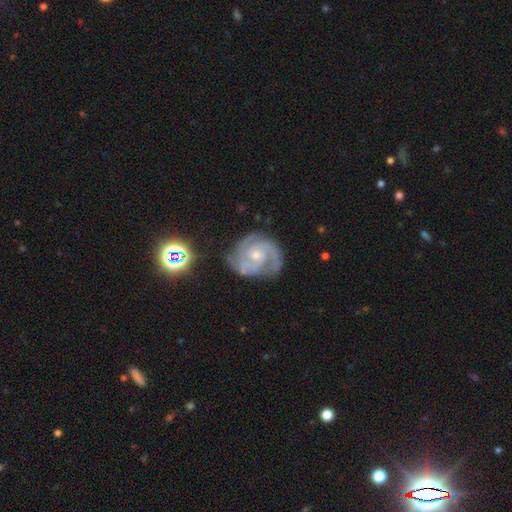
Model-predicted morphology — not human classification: Smooth or featured?
  - featured or disk: 91% *
  - star or artifact: 5%
  - smooth: 4%
Edge-on disk?
  - no: 98% *
  - yes: 2%
Bar?
  - no: 66% *
  - weak: 28%
  - strong: 6%
Spiral arms?
  - yes: 98% *
  - no: 2%
Spiral winding?
  - tight: 64% *
  - medium: 32%
  - loose: 4%
Spiral arm count?
  - 2: 53% *
  - 3: 30%
  - can't tell: 7%
  - 4: 4%
  - 1: 3%
  - more than 4: 3%
Bulge size?
  - small: 55% *
  - moderate: 41%
  - none: 2%
  - large: 1%
  - dominant: 1%
Merging?
  - none: 71% *
  - minor disturbance: 20%
  - major disturbance: 7%
  - merger: 2%